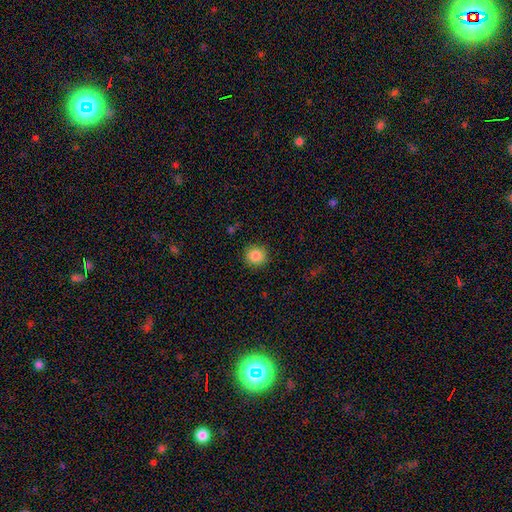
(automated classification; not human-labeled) This is clearly a smooth galaxy (86%). How rounded: clearly round (92%). Merging: clearly none (91%).